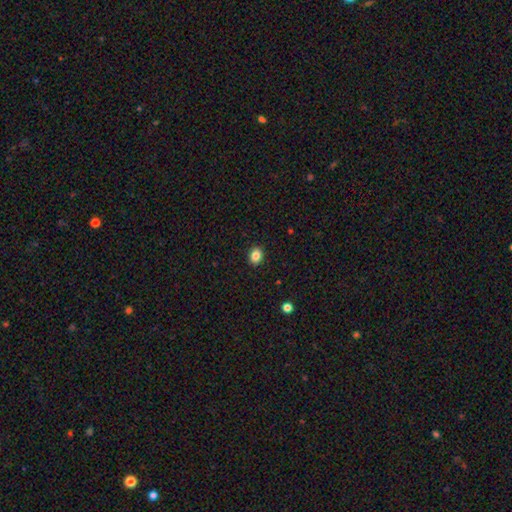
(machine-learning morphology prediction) smooth_or_featured: smooth (p=0.85) [alt: star or artifact p=0.10]
how_rounded: in between (p=0.54) [alt: round p=0.46]
merging: none (p=0.91) [alt: minor disturbance p=0.07]